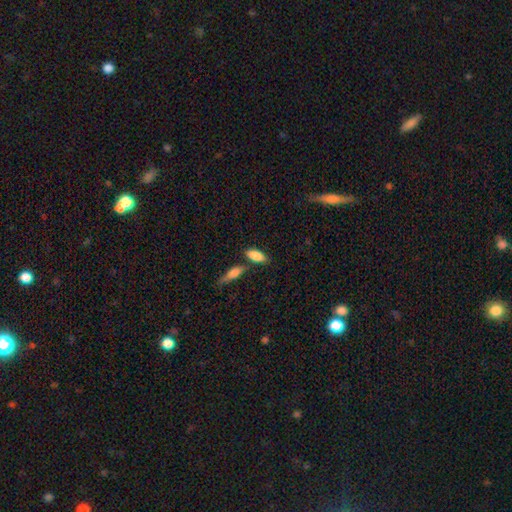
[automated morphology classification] This appears to be a smooth galaxy with no disk features (85%) that is in between round and cigar-shaped (85%). Merging: none (62%).